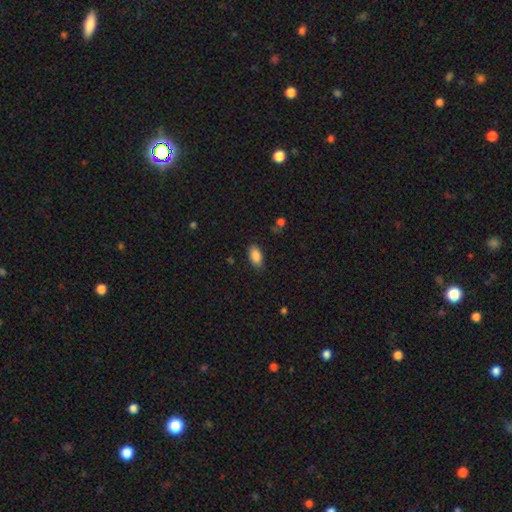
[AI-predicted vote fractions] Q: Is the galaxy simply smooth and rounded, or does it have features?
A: smooth — 87%.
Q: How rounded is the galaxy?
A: in between — 92%.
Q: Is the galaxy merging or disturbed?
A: none — 83%.